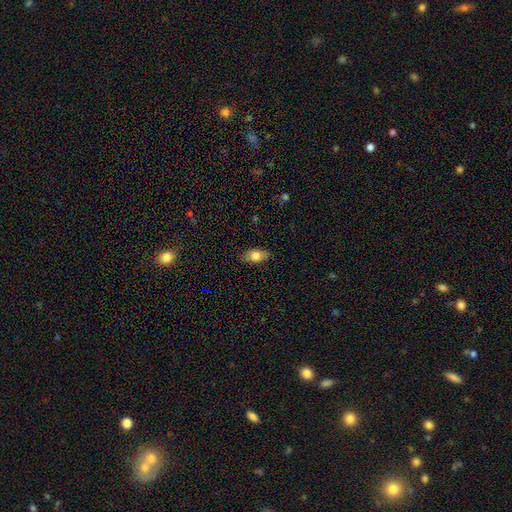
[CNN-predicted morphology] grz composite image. It shows a smooth galaxy with no disk features (77%) that is in between round and cigar-shaped (89%). Merging: none (85%).